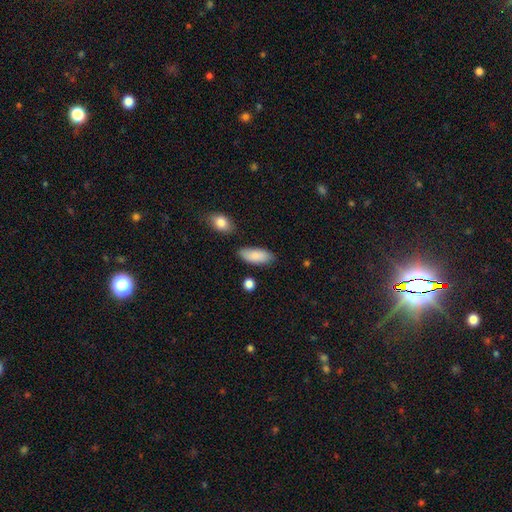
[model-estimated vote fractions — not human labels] Smooth or featured? smooth (87%)
How rounded? in between (87%)
Merging? none (80%)